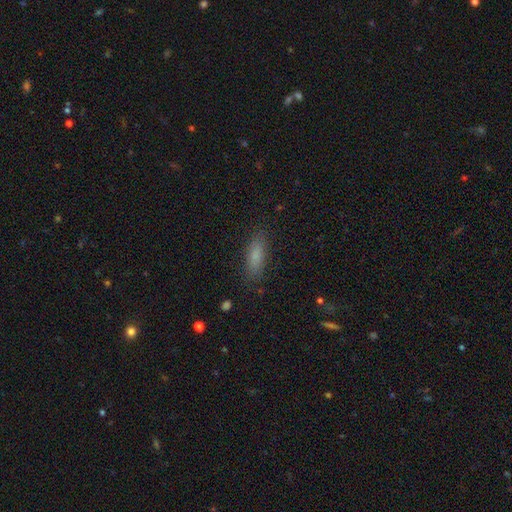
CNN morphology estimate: smooth 80%, featured or disk 11%, star or artifact 10%. Down the decision tree: how rounded — in between (53%); merging — none (85%).